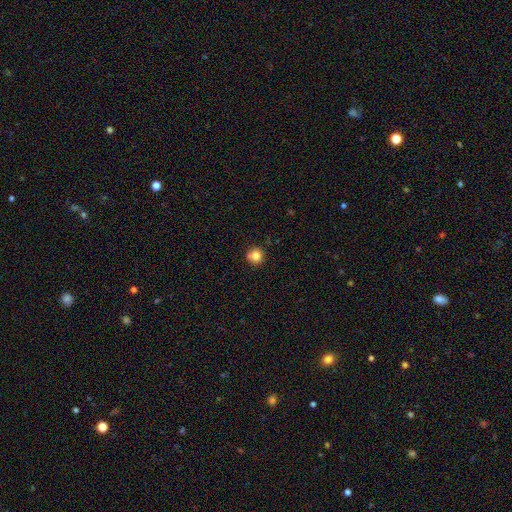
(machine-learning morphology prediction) Smooth or featured: smooth — 79% (star or artifact — 11%)
How rounded: round — 91% (in between — 8%)
Merging: none — 67% (merger — 17%)